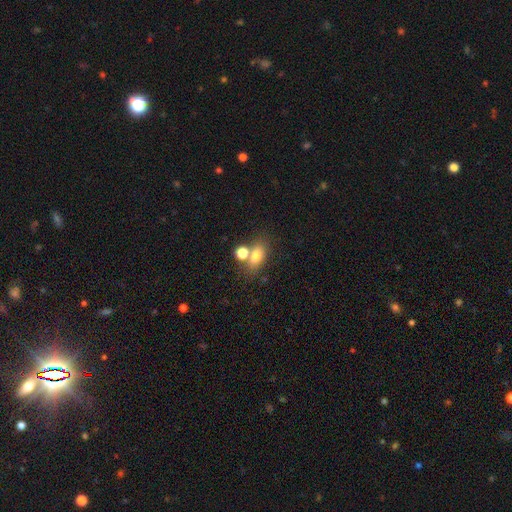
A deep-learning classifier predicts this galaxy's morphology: A smooth galaxy with no disk features (75%) that is in between round and cigar-shaped (74%).

Vote fractions:
- Smooth or featured? smooth: 75% / featured or disk: 13% / star or artifact: 12%
- How rounded? in between: 74% / round: 21% / cigar-shaped: 5%
- Merging? none: 54% / merger: 29% / minor disturbance: 12% / major disturbance: 5%